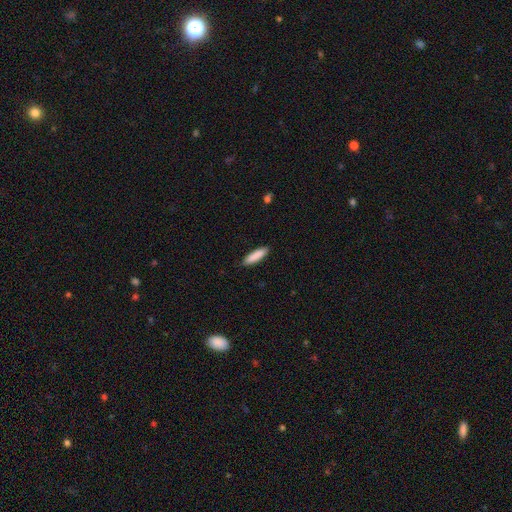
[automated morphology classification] Smooth or featured: smooth — 88% (featured or disk — 6%)
How rounded: cigar-shaped — 72% (in between — 27%)
Merging: none — 89% (minor disturbance — 8%)